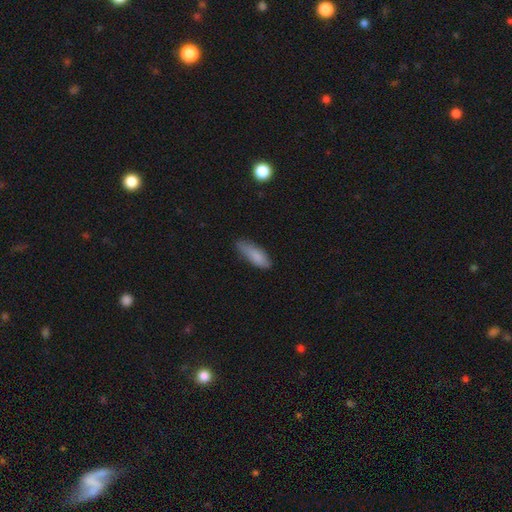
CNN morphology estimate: smooth_or_featured: smooth (p=0.84) [alt: featured or disk p=0.10]
how_rounded: in between (p=0.58) [alt: cigar-shaped p=0.40]
merging: none (p=0.67) [alt: minor disturbance p=0.27]